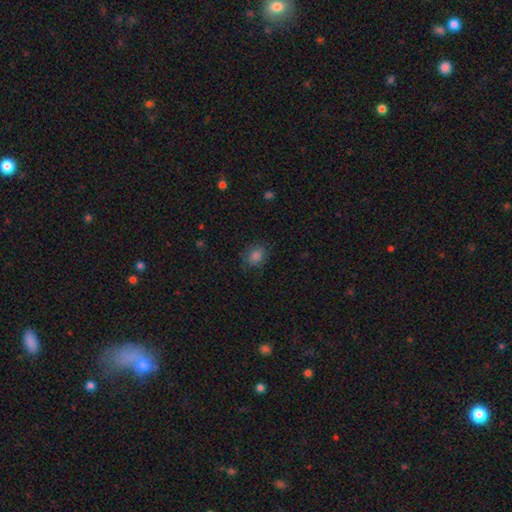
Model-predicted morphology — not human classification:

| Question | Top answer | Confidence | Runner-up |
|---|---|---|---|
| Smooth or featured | smooth | 78% | star or artifact (13%) |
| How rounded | in between | 57% | round (42%) |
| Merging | none | 77% | minor disturbance (17%) |